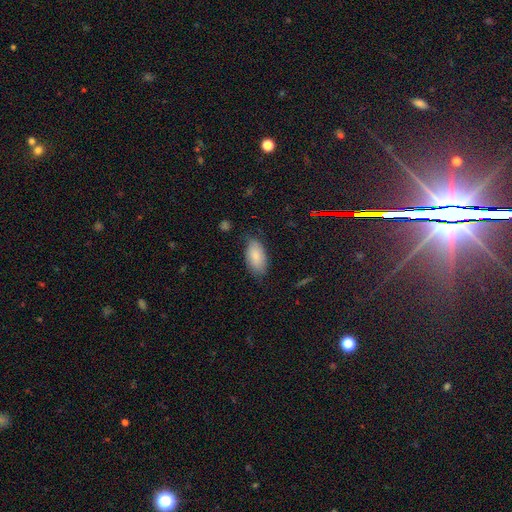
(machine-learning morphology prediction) Smooth or featured? smooth (81%)
How rounded? in between (93%)
Merging? none (67%)